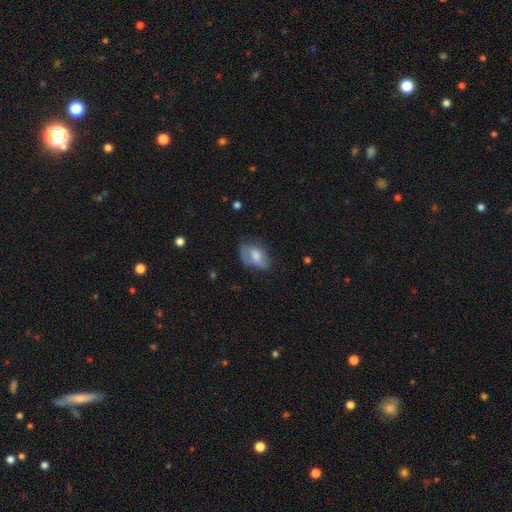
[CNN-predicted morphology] smooth-or-featured: smooth: 59% | featured or disk: 32% | star or artifact: 9%
  how-rounded: in between: 87% | round: 11% | cigar-shaped: 3%
  merging: none: 45% | minor disturbance: 33% | major disturbance: 20% | merger: 2%